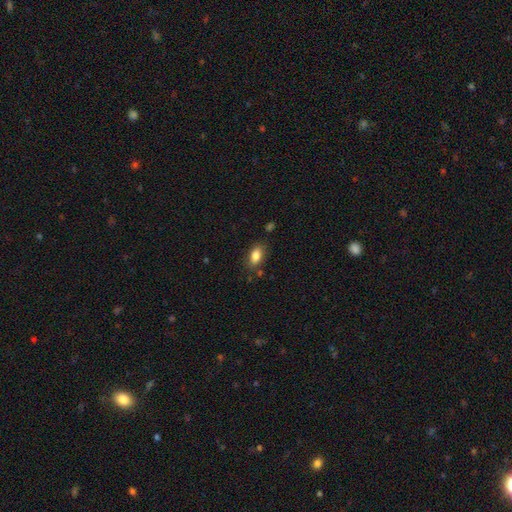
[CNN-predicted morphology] Overall: smooth (85%). How rounded: in between (89%). Merging: none (80%).